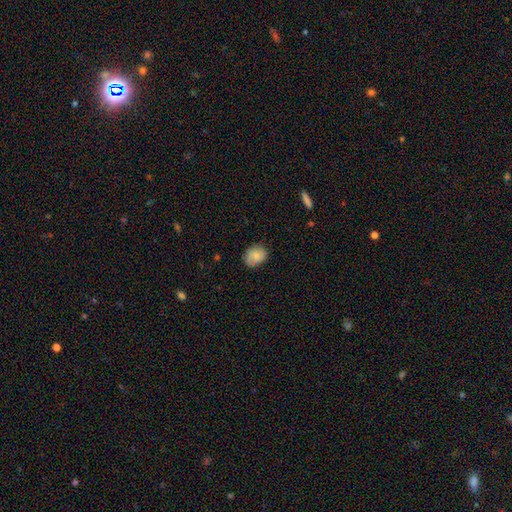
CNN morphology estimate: This is clearly a smooth galaxy (81%). How rounded: possibly in between (58%). Merging: likely none (73%).